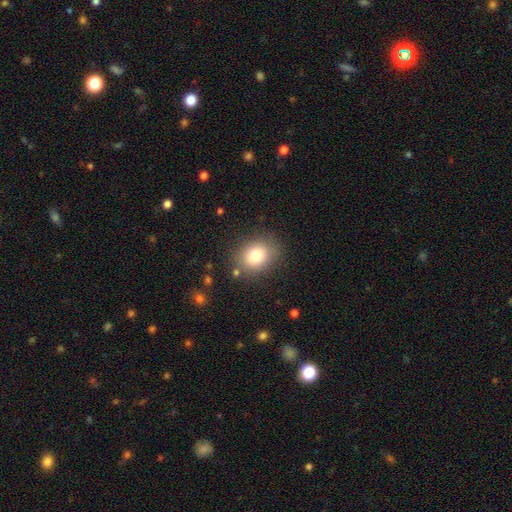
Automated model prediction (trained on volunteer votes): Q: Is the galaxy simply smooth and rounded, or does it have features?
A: smooth — 79%.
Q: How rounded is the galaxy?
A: round — 56%.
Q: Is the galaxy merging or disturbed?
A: none — 82%.